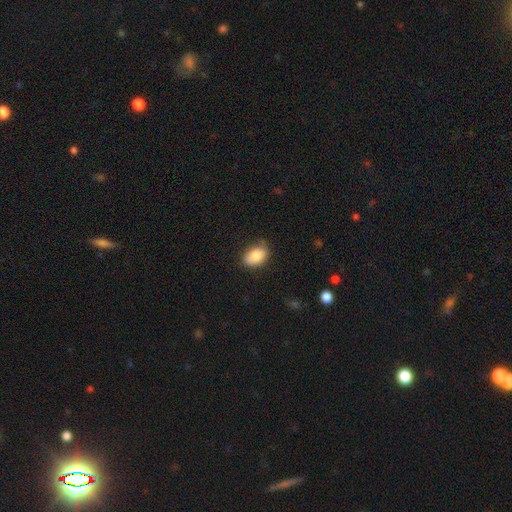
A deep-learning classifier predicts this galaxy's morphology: smooth 85%, star or artifact 7%, featured or disk 7%. Down the decision tree: how rounded — in between (86%); merging — none (78%).